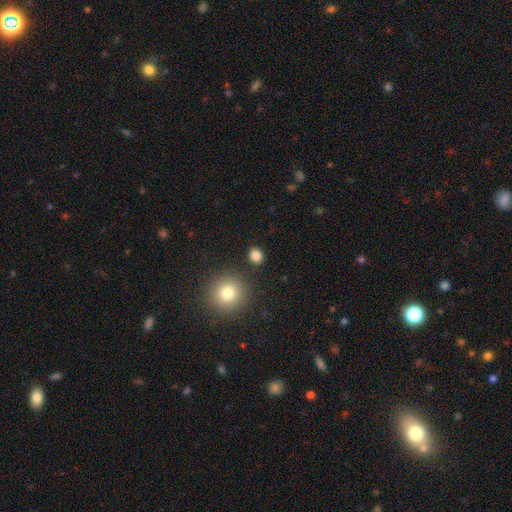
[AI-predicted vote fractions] Smooth or featured? Predicted: smooth (p=0.83). How rounded? Predicted: round (p=0.75). Merging? Predicted: none (p=0.87).